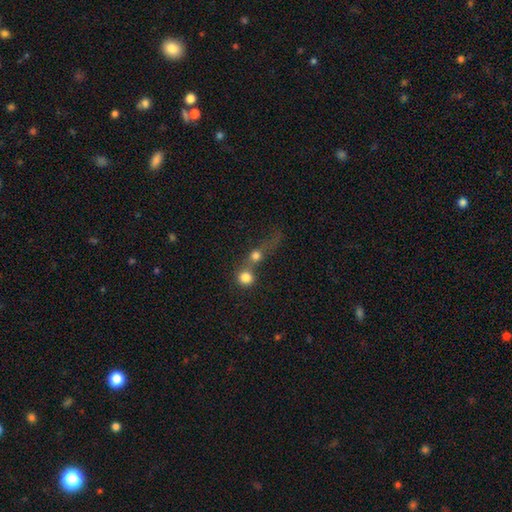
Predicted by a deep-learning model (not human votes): Smooth or featured?
  - smooth: 72% *
  - featured or disk: 14%
  - star or artifact: 14%
How rounded?
  - round: 82% *
  - in between: 15%
  - cigar-shaped: 3%
Merging?
  - merger: 56% *
  - none: 30%
  - major disturbance: 8%
  - minor disturbance: 6%